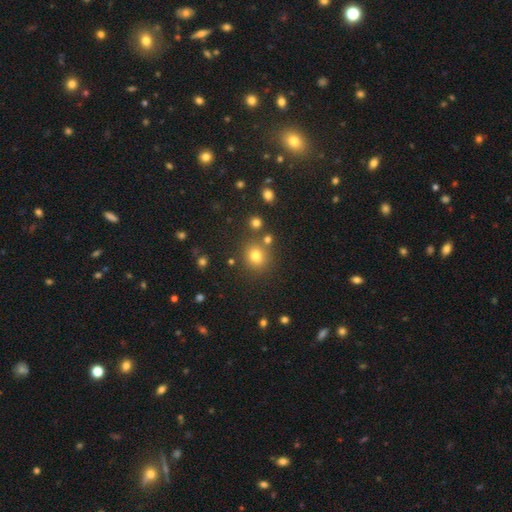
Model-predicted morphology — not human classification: This appears to be a smooth galaxy with no disk features (76%) that is round (84%). Merging: none (78%).